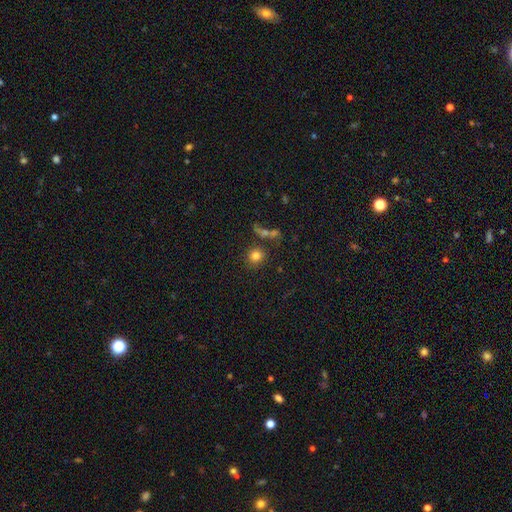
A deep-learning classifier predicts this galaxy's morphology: A smooth galaxy with no disk features (80%) that is round (88%).

Vote fractions:
- Smooth or featured? smooth: 80% / star or artifact: 12% / featured or disk: 8%
- How rounded? round: 88% / in between: 11% / cigar-shaped: 1%
- Merging? none: 77% / merger: 10% / minor disturbance: 9% / major disturbance: 5%